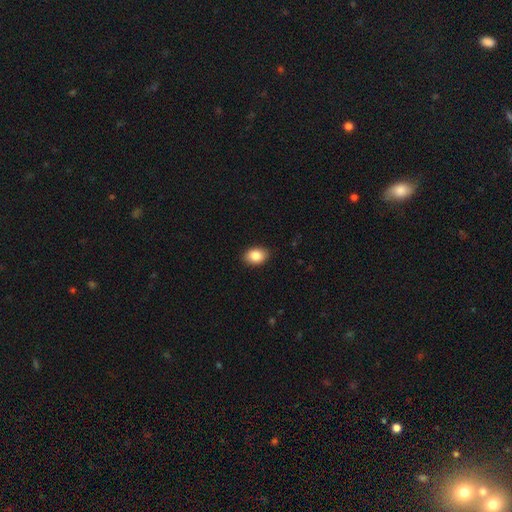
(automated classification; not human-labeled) Smooth or featured?
  - smooth: 86% *
  - star or artifact: 8%
  - featured or disk: 6%
How rounded?
  - in between: 79% *
  - round: 19%
  - cigar-shaped: 1%
Merging?
  - none: 89% *
  - minor disturbance: 9%
  - major disturbance: 2%
  - merger: 1%